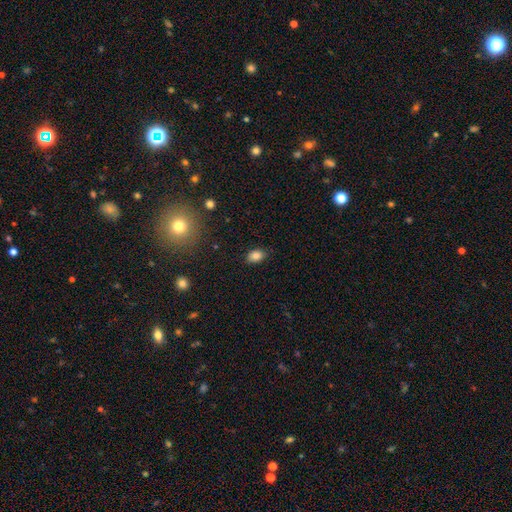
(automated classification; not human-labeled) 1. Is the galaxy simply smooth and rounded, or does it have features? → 84% smooth, 10% star or artifact, 6% featured or disk.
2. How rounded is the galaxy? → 78% in between, 20% round, 1% cigar-shaped.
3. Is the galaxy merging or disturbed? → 84% none, 12% minor disturbance, 3% major disturbance, 1% merger.